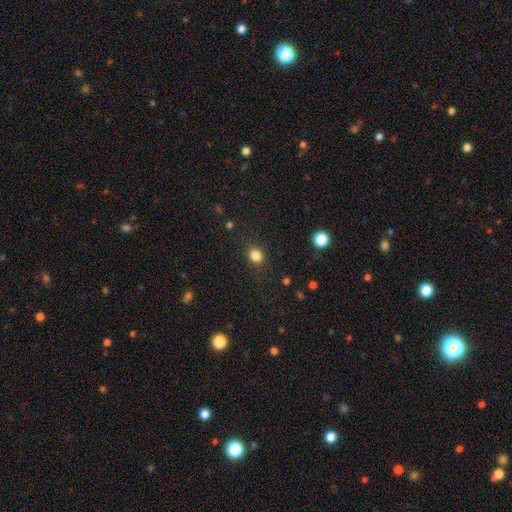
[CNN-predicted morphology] smooth 84%, star or artifact 12%, featured or disk 4%. Down the decision tree: how rounded — round (61%); merging — none (85%).